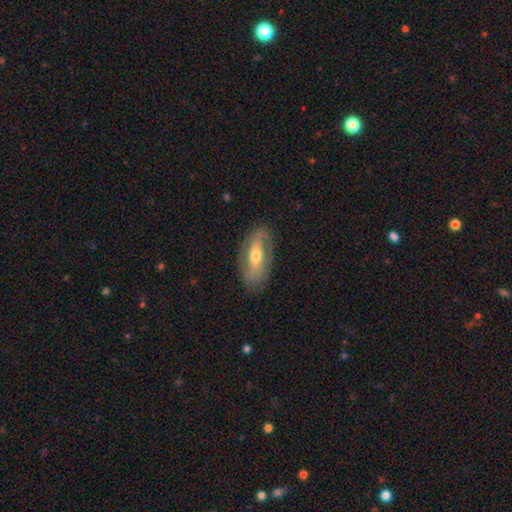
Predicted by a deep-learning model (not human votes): This appears to be a featured or disk galaxy (74%) with a strong bar (35%, tied with weak), 2 (82%) medium (39%) spiral arms (84%) and a moderate central bulge (67%). Merging: none (81%).